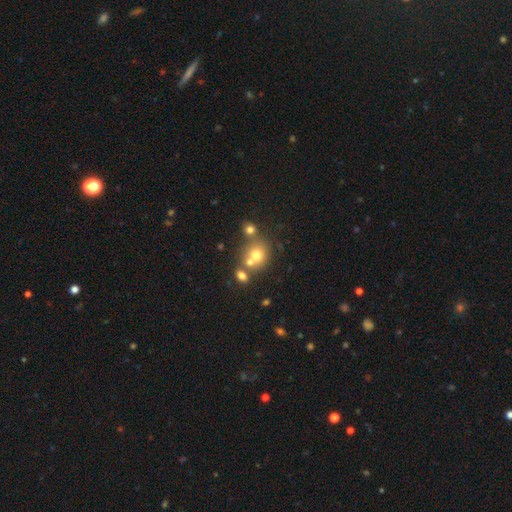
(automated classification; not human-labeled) Smooth or featured?
  - smooth: 66% *
  - featured or disk: 18%
  - star or artifact: 16%
How rounded?
  - round: 77% *
  - in between: 22%
  - cigar-shaped: 1%
Merging?
  - none: 47% *
  - merger: 39%
  - minor disturbance: 9%
  - major disturbance: 4%